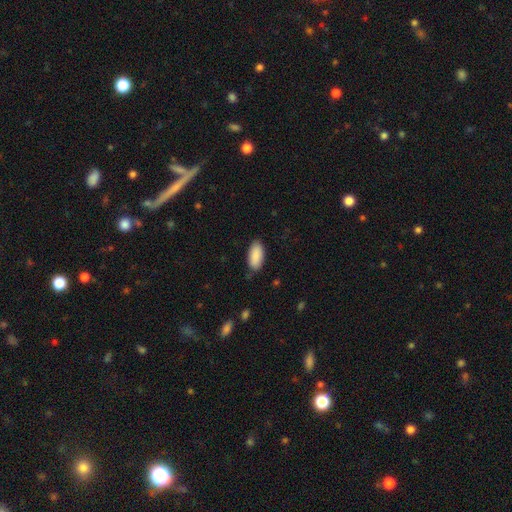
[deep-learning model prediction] Overall: smooth (90%). How rounded: in between (93%). Merging: none (83%).